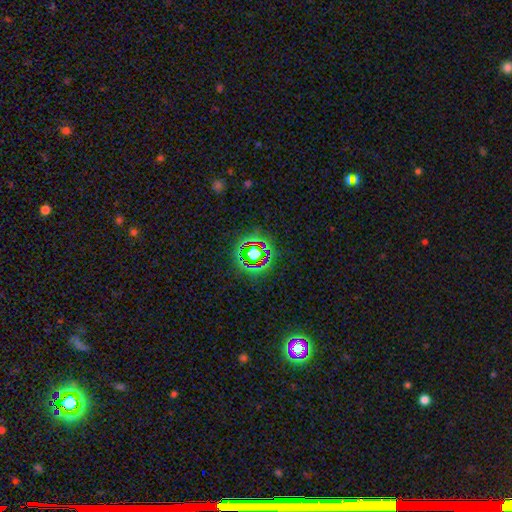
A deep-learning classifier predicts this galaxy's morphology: Overall: star or artifact (67%).